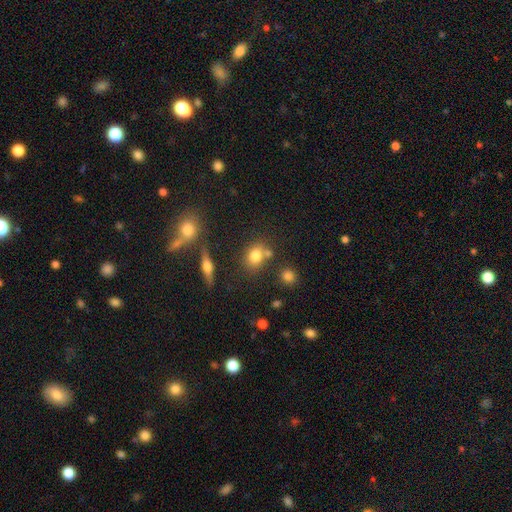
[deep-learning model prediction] The model was most divided on "how rounded": in between: 51%, round: 47%, cigar-shaped: 3%. More confident: smooth or featured — smooth (76%); merging — none (63%).